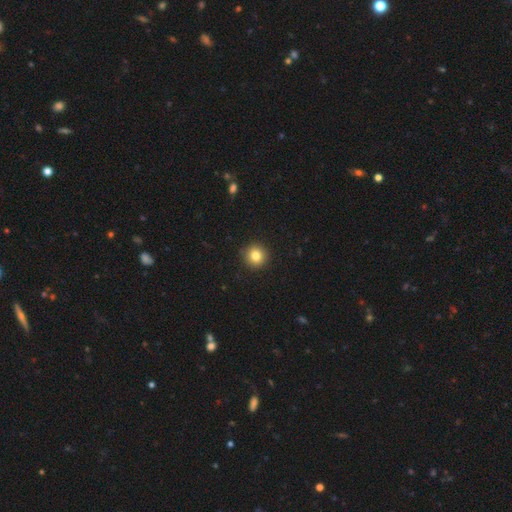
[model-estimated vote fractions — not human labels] smooth-or-featured: smooth: 83% | star or artifact: 11% | featured or disk: 7%
  how-rounded: round: 93% | in between: 6% | cigar-shaped: 1%
  merging: none: 92% | minor disturbance: 5% | major disturbance: 2% | merger: 1%